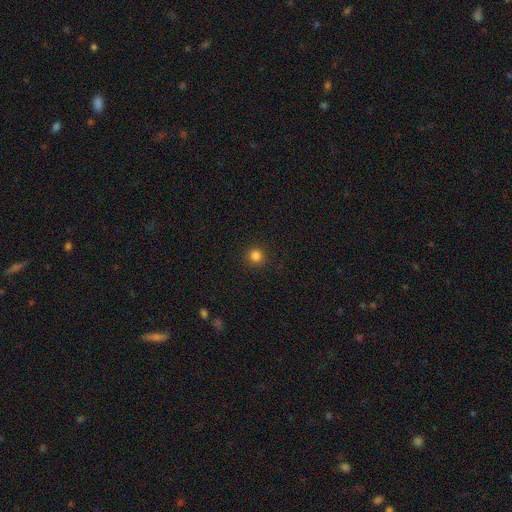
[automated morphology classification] smooth 83%, star or artifact 13%, featured or disk 3%. Down the decision tree: how rounded — round (95%); merging — none (92%).